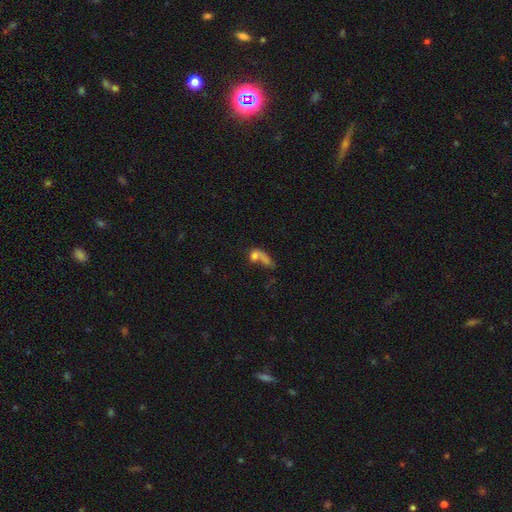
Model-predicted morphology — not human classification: This is likely a smooth galaxy (63%). How rounded: possibly in between (57%). Merging: marginally merger (43%).